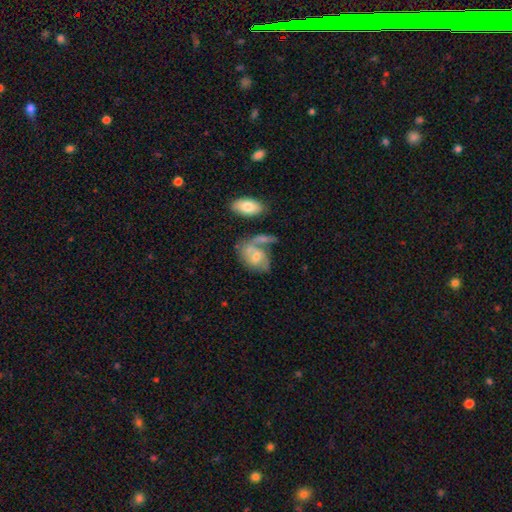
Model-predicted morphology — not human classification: A featured or disk galaxy (53%) with no bar (67%), spiral arms (71%) and a moderate central bulge (48%).

Vote fractions:
- Smooth or featured? featured or disk: 53% / smooth: 38% / star or artifact: 8%
- Edge-on disk? no: 95% / yes: 5%
- Bar? no: 67% / weak: 28% / strong: 5%
- Spiral arms? yes: 71% / no: 29%
- Bulge size? moderate: 48% / small: 42% / none: 5% / large: 4% / dominant: 1%
- Merging? none: 34% / merger: 32% / minor disturbance: 19% / major disturbance: 16%